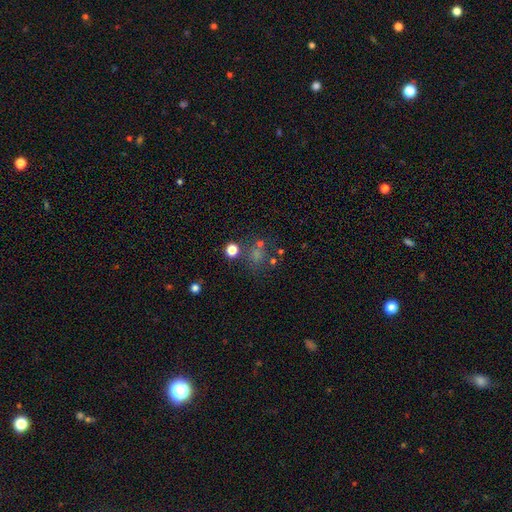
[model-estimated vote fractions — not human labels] Smooth or featured: smooth — 48% (star or artifact — 39%)
Merging: none — 65% (merger — 16%)